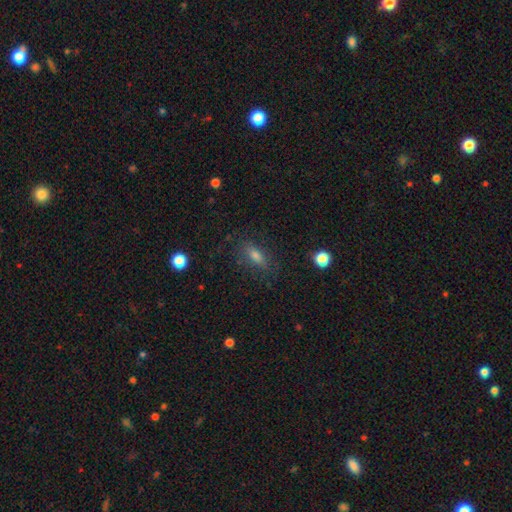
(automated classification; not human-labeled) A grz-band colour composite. It shows a smooth galaxy with no disk features (70%) that is in between round and cigar-shaped (65%). Merging: none (80%).